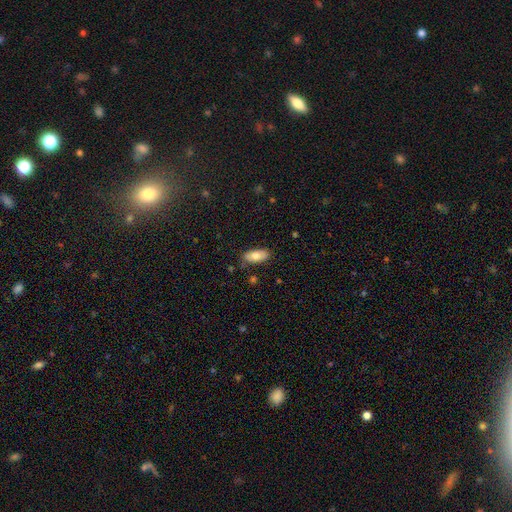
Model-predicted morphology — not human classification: Q: Smooth or featured?
A: smooth (77%); runner-up: featured or disk (17%)
Q: How rounded?
A: in between (88%); runner-up: cigar-shaped (10%)
Q: Merging?
A: none (82%); runner-up: minor disturbance (14%)